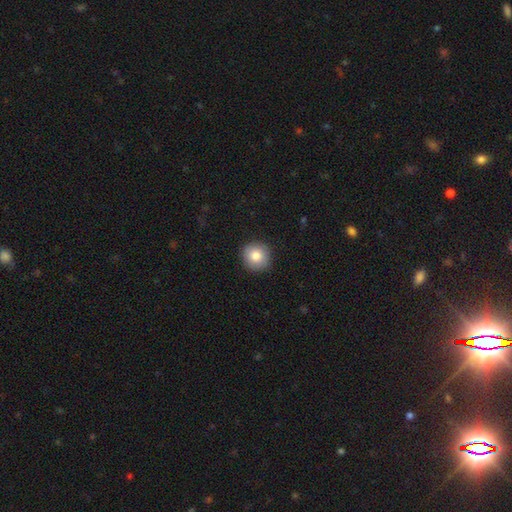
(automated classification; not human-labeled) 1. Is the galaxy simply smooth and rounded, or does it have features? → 82% smooth, 9% featured or disk, 9% star or artifact.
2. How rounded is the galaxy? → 94% round, 5% in between, 1% cigar-shaped.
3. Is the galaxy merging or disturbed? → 90% none, 7% minor disturbance, 2% major disturbance, 1% merger.